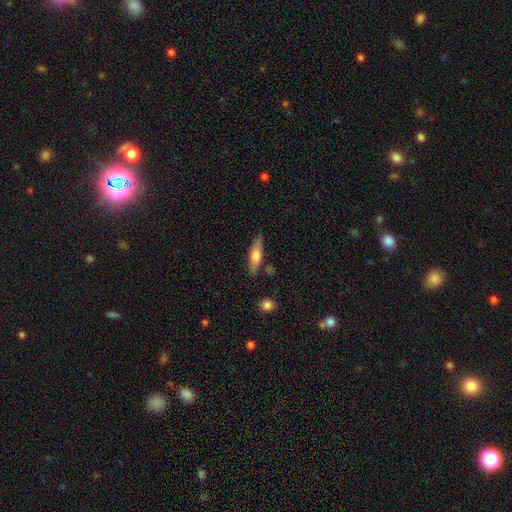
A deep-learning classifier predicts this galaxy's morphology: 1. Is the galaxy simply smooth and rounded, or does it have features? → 61% smooth, 32% featured or disk, 6% star or artifact.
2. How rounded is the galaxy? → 58% cigar-shaped, 39% in between, 2% round.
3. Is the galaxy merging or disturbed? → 79% none, 14% minor disturbance, 4% merger, 3% major disturbance.